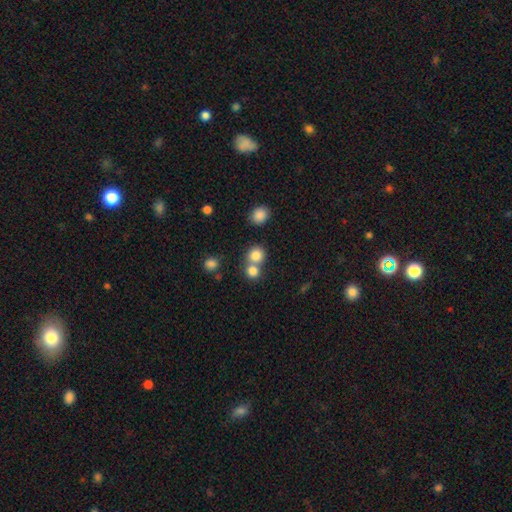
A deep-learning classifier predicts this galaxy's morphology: Q: Smooth or featured?
A: smooth (82%); runner-up: star or artifact (11%)
Q: How rounded?
A: round (85%); runner-up: in between (14%)
Q: Merging?
A: none (51%); runner-up: merger (41%)